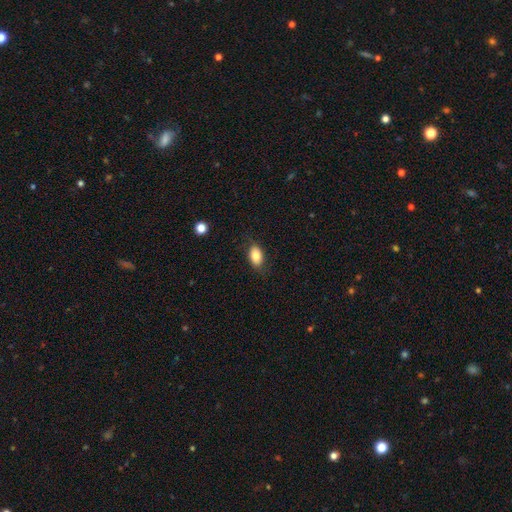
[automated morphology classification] A smooth galaxy with no disk features (82%) that is in between round and cigar-shaped (89%). Merging: none (79%).